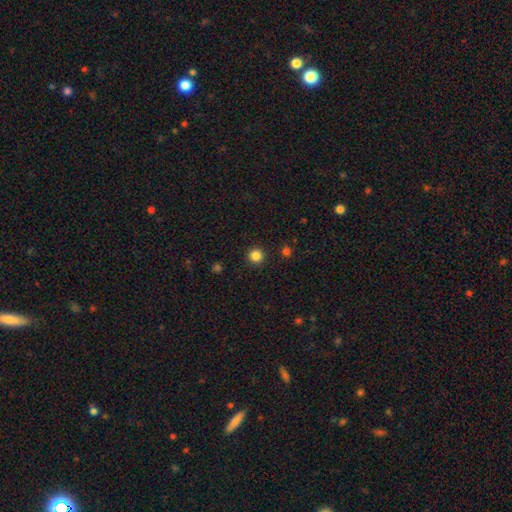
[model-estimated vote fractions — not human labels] smooth-or-featured: smooth: 84% | star or artifact: 12% | featured or disk: 3%
  how-rounded: round: 95% | in between: 4% | cigar-shaped: 1%
  merging: none: 93% | minor disturbance: 4% | major disturbance: 2% | merger: 1%